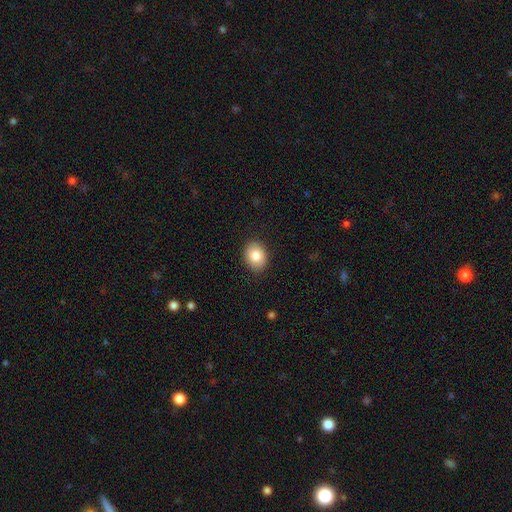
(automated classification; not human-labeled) Overall: smooth (84%). How rounded: in between (65%; round 34%). Merging: none (88%).